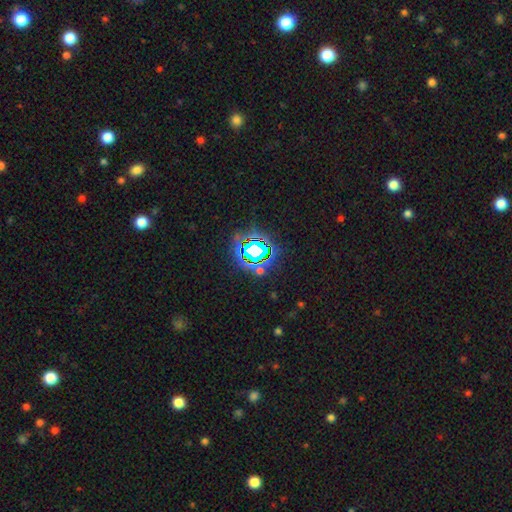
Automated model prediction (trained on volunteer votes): A star or artifact, not a galaxy (73%).